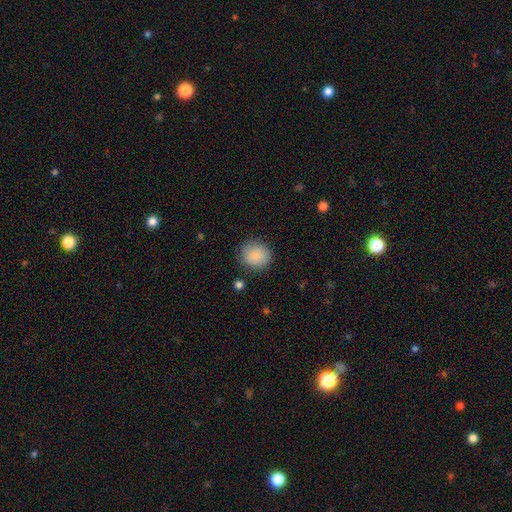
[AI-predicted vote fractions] The model was most divided on "how rounded": round: 84%, in between: 15%, cigar-shaped: 1%. More confident: smooth or featured — smooth (87%); merging — none (85%).